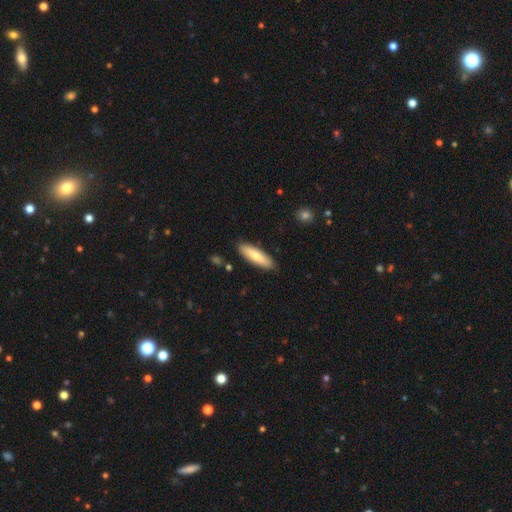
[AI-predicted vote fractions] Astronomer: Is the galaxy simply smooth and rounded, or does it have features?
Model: smooth — 73%.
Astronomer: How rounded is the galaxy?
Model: cigar-shaped — 57% (runner-up: in between, 41%).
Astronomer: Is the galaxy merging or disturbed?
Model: none — 87%.